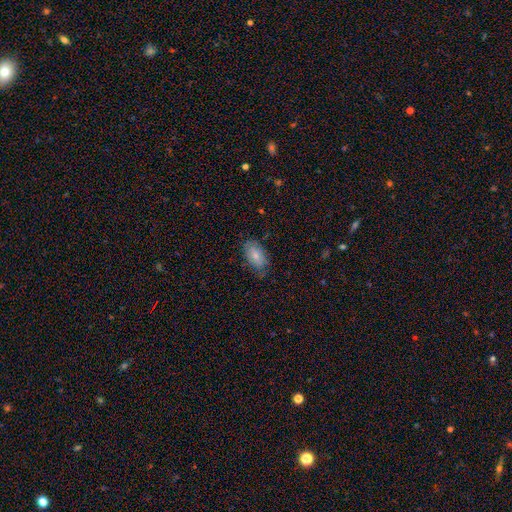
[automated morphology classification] smooth 74%, featured or disk 19%, star or artifact 7%. Down the decision tree: how rounded — in between (93%); merging — none (69%).